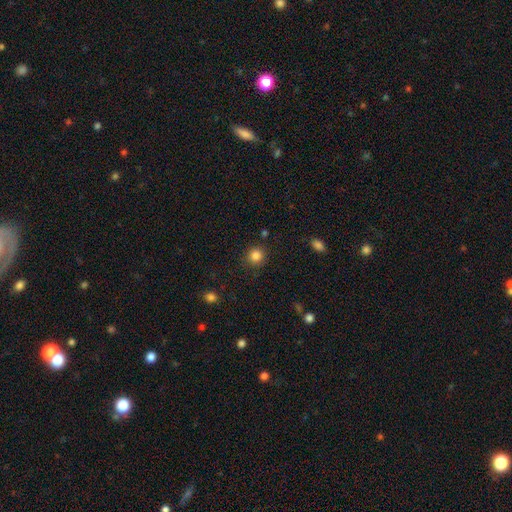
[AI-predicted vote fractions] Smooth or featured? Predicted: smooth (p=0.84). How rounded? Predicted: round (p=0.92). Merging? Predicted: none (p=0.89).